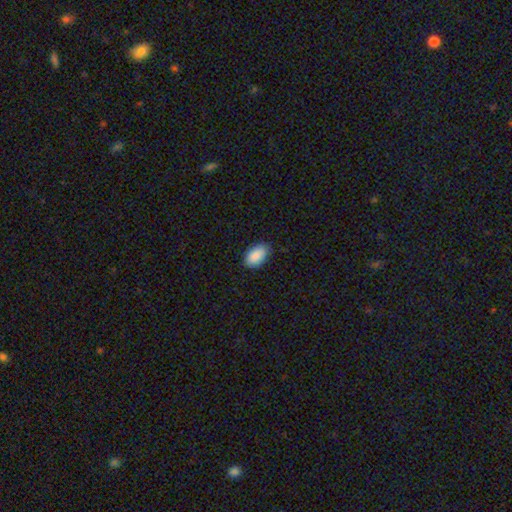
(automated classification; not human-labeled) smooth-or-featured: smooth: 90% | star or artifact: 6% | featured or disk: 4%
  how-rounded: in between: 95% | round: 4% | cigar-shaped: 2%
  merging: none: 83% | minor disturbance: 14% | major disturbance: 2% | merger: 1%